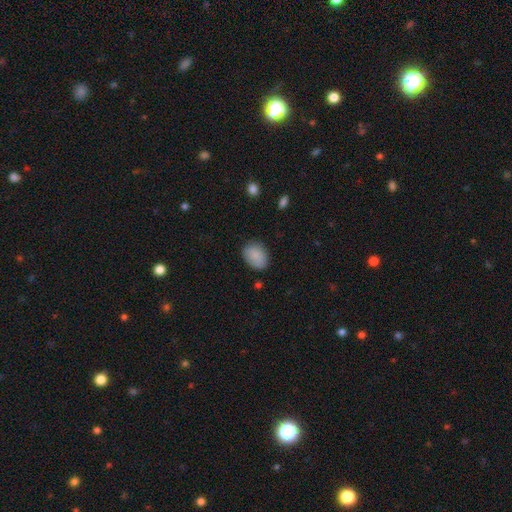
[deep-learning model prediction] Smooth or featured?
  - smooth: 87% *
  - star or artifact: 7%
  - featured or disk: 6%
How rounded?
  - in between: 78% *
  - round: 21%
  - cigar-shaped: 1%
Merging?
  - none: 78% *
  - minor disturbance: 16%
  - major disturbance: 4%
  - merger: 1%